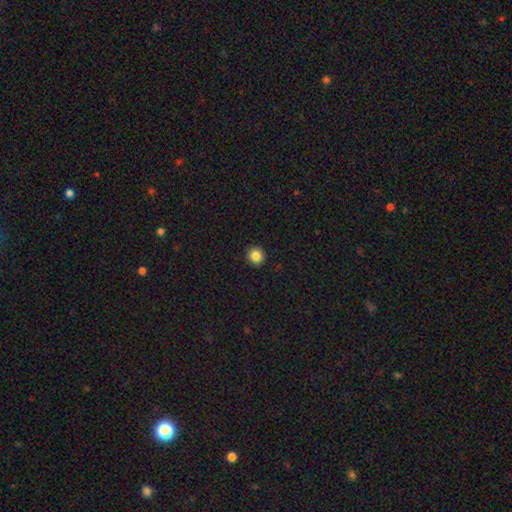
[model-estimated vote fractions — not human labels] Smooth or featured? smooth (86%)
How rounded? round (93%)
Merging? none (93%)